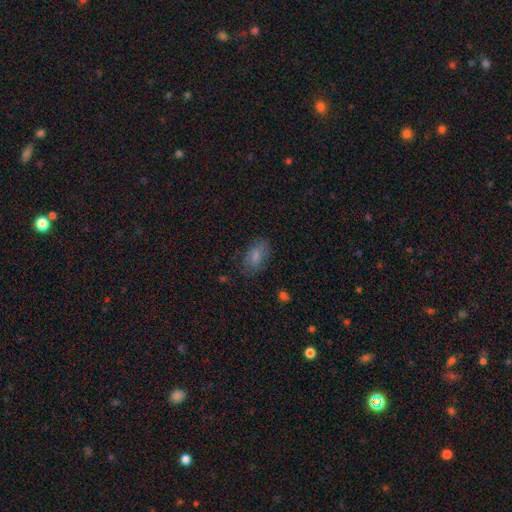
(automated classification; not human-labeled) A smooth galaxy with no disk features (77%) that is in between round and cigar-shaped (88%). Merging: none (73%).